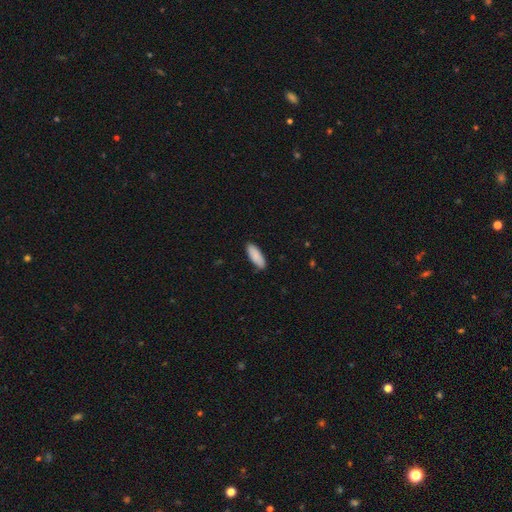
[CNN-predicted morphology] This appears to be a smooth galaxy with no disk features (88%) that is in between round and cigar-shaped (68%). Merging: none (86%).